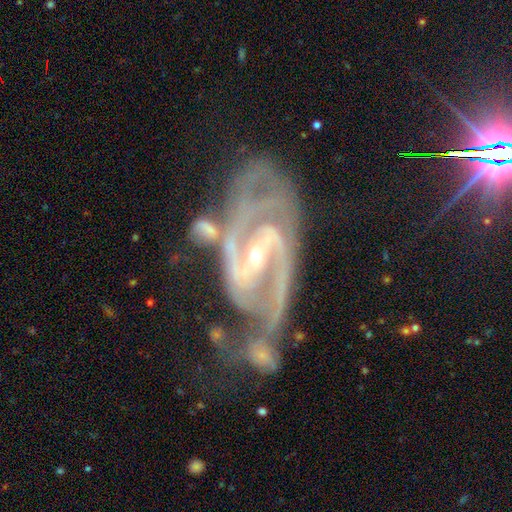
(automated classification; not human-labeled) Smooth or featured? Predicted: featured or disk (p=0.92). Edge-on disk? Predicted: no (p=0.96). Bar? Predicted: strong (p=0.44). Spiral arms? Predicted: yes (p=0.98). Spiral winding? Predicted: medium (p=0.46). Spiral arm count? Predicted: 2 (p=0.72). Bulge size? Predicted: small (p=0.71). Merging? Predicted: none (p=0.40).